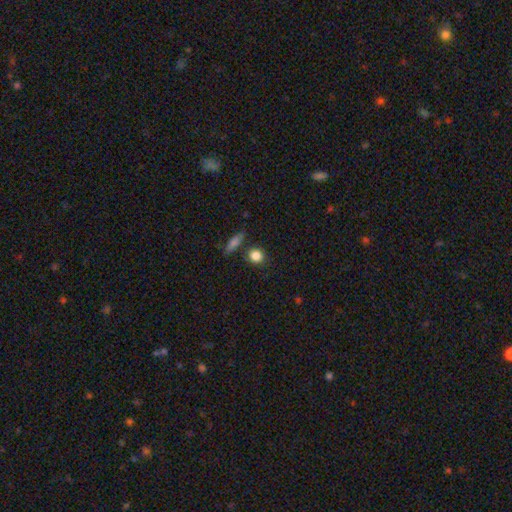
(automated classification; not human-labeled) Smooth or featured: smooth — 85% (star or artifact — 10%)
How rounded: round — 83% (in between — 14%)
Merging: none — 80% (minor disturbance — 9%)